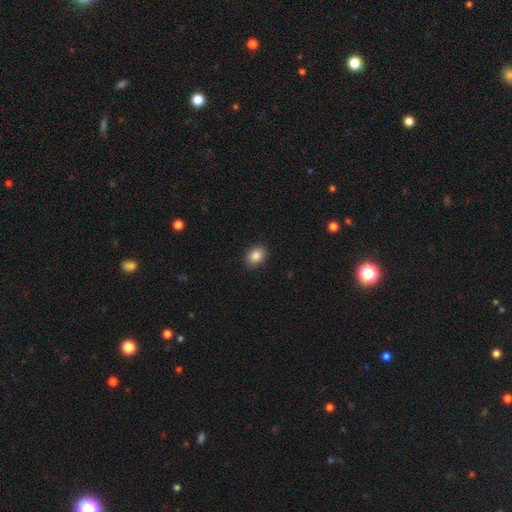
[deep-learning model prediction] The model was most divided on "how rounded": in between: 72%, round: 27%, cigar-shaped: 1%. More confident: merging — none (88%); smooth or featured — smooth (87%).